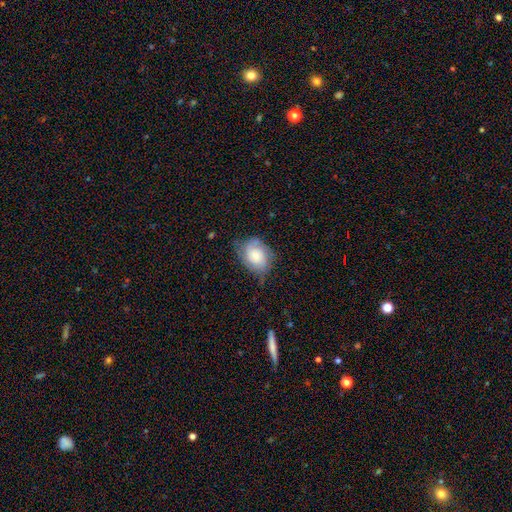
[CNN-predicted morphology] A featured or disk galaxy (49%).

Vote fractions:
- Smooth or featured? featured or disk: 49% / smooth: 43% / star or artifact: 8%
- Merging? none: 56% / minor disturbance: 31% / major disturbance: 11% / merger: 1%